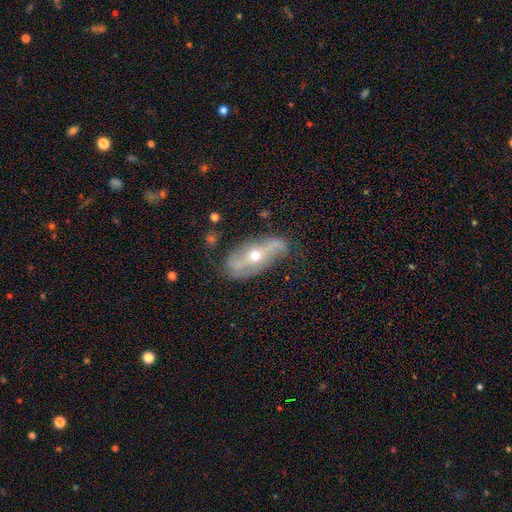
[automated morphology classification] Smooth or featured? featured or disk (79%)
Edge-on disk? no (86%)
Bar? no (41%)
Spiral arms? yes (85%)
Spiral winding? loose (63%)
Spiral arm count? 2 (88%)
Bulge size? moderate (63%)
Merging? none (70%)